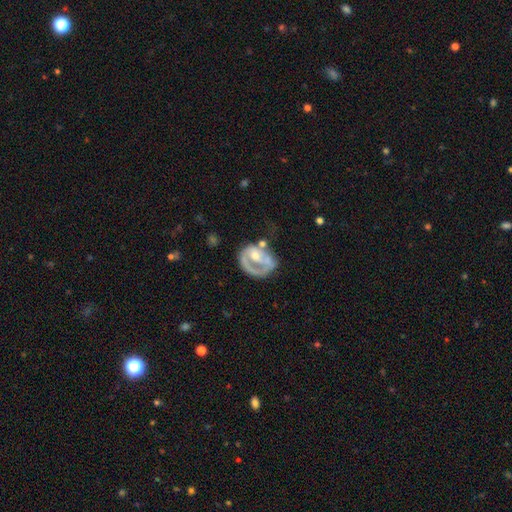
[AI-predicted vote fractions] featured or disk 68%, smooth 25%, star or artifact 7%. Down the decision tree: edge-on disk — no (97%); bar — no (66%); spiral arms — yes (51%); bulge size — moderate (49%); merging — major disturbance (33%).